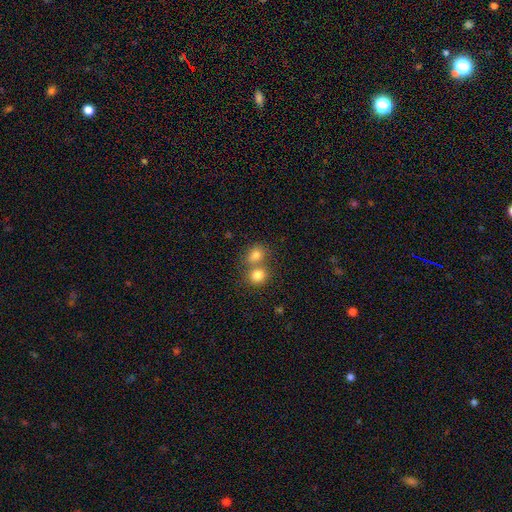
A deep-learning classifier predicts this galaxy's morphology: smooth-or-featured: smooth: 79% | star or artifact: 11% | featured or disk: 9%
  how-rounded: round: 62% | in between: 37% | cigar-shaped: 1%
  merging: merger: 52% | none: 38% | minor disturbance: 7% | major disturbance: 3%